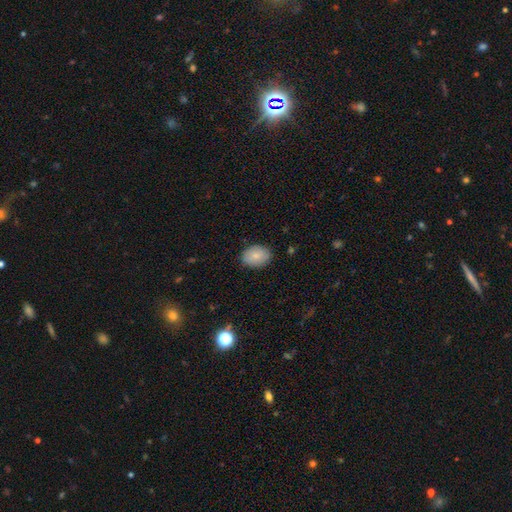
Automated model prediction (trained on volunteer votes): A smooth galaxy with no disk features (82%) that is in between round and cigar-shaped (71%).

Vote fractions:
- Smooth or featured? smooth: 82% / featured or disk: 11% / star or artifact: 7%
- How rounded? in between: 71% / round: 28% / cigar-shaped: 1%
- Merging? none: 84% / minor disturbance: 12% / major disturbance: 2% / merger: 1%